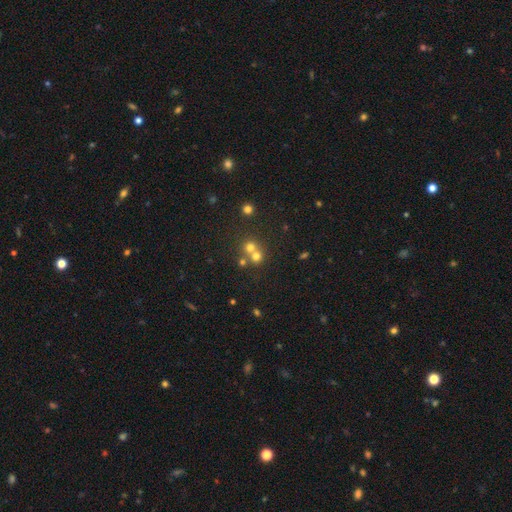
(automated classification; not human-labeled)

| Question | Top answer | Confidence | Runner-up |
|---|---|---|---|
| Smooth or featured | smooth | 67% | star or artifact (19%) |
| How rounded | round | 88% | in between (11%) |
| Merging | merger | 50% | none (42%) |